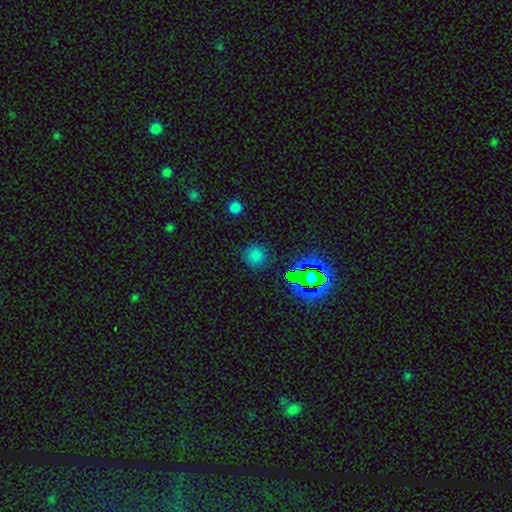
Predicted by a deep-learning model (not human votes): Smooth or featured? smooth (69%)
How rounded? round (92%)
Merging? none (85%)